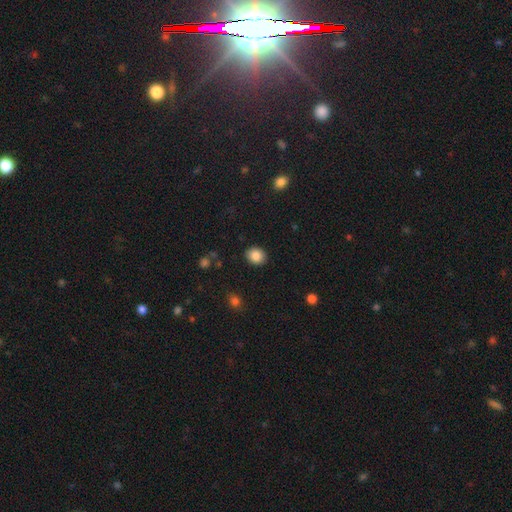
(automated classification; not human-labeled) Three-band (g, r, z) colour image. It shows a smooth galaxy with no disk features (86%) that is round (62%). Merging: none (89%).